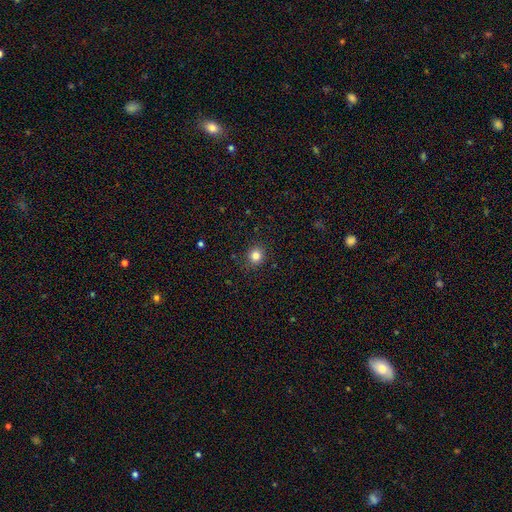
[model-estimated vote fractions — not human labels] Smooth or featured? smooth (83%)
How rounded? round (87%)
Merging? none (89%)